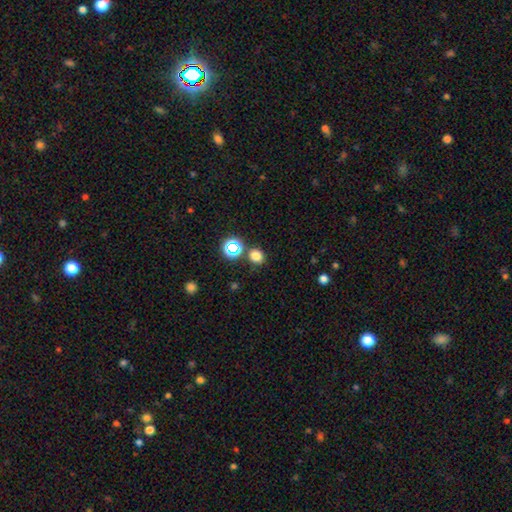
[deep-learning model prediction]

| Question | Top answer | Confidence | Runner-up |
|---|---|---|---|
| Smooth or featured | smooth | 75% | star or artifact (20%) |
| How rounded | round | 71% | in between (28%) |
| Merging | none | 79% | minor disturbance (10%) |